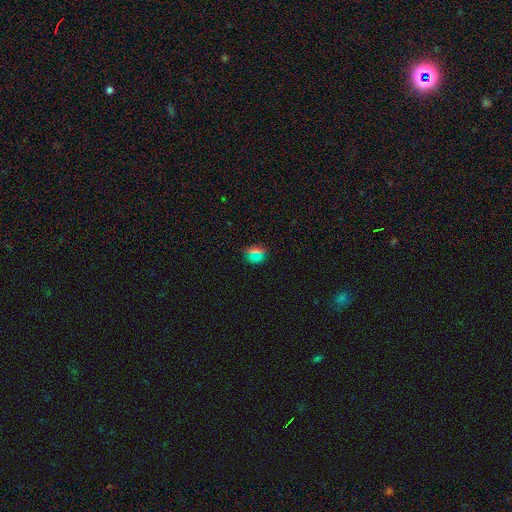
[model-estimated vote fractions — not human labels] smooth 66%, star or artifact 27%, featured or disk 8%. Down the decision tree: how rounded — round (64%); merging — none (83%).